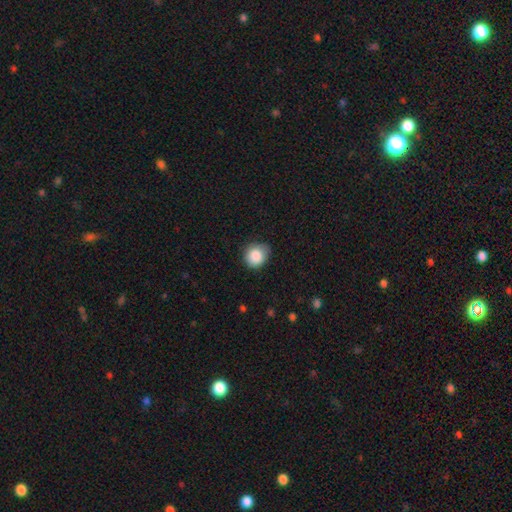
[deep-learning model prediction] This appears to be a smooth galaxy with no disk features (86%) that is round (78%). Merging: none (71%).